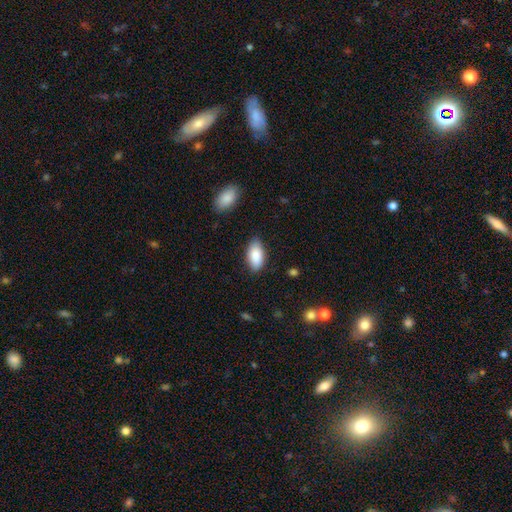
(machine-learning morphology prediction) This is clearly a smooth galaxy (87%). How rounded: clearly in between (94%). Merging: clearly none (81%).